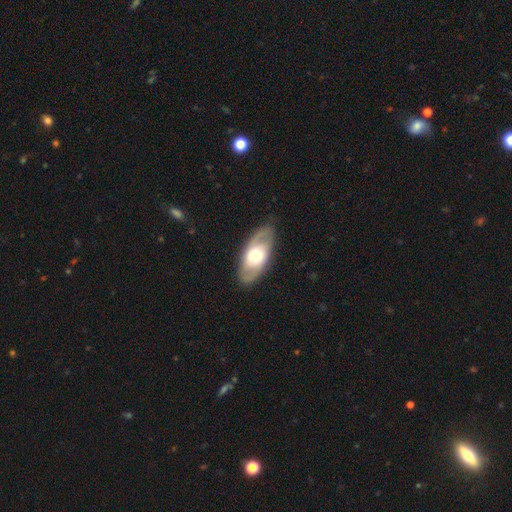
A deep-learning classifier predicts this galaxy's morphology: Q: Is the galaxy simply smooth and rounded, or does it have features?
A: featured or disk — 53%.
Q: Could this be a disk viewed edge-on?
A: no — 83%.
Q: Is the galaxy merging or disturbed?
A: none — 84%.